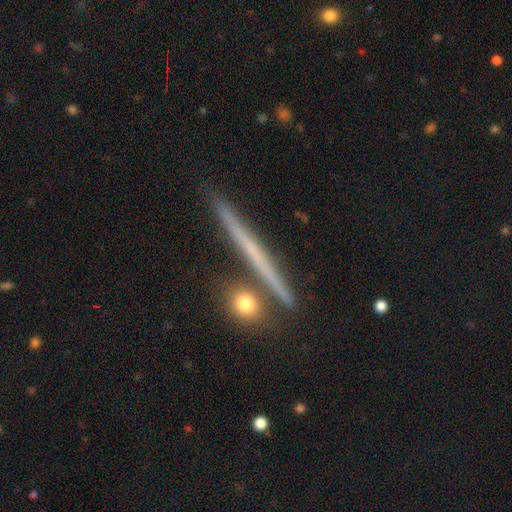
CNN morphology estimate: smooth-or-featured: featured or disk: 53% | smooth: 37% | star or artifact: 11%
  disk-edge-on: yes: 96% | no: 4%
    edge-on-bulge: none: 87% | rounded: 9% | boxy: 4%
  merging: none: 86% | minor disturbance: 7% | merger: 4% | major disturbance: 2%